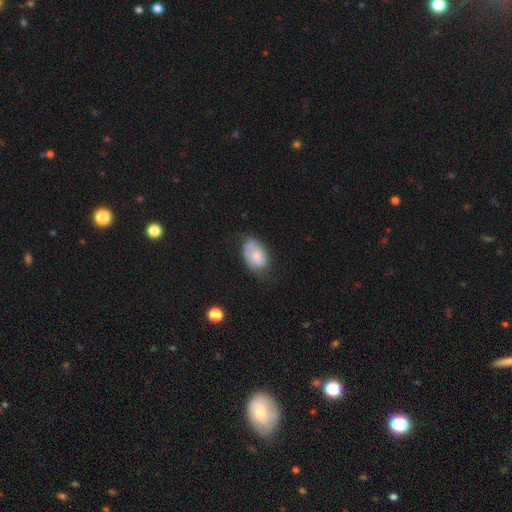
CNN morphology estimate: The model was most divided on "merging": none: 46%, minor disturbance: 35%, major disturbance: 15%, merger: 4%. More confident: how rounded — in between (90%); smooth or featured — smooth (58%).